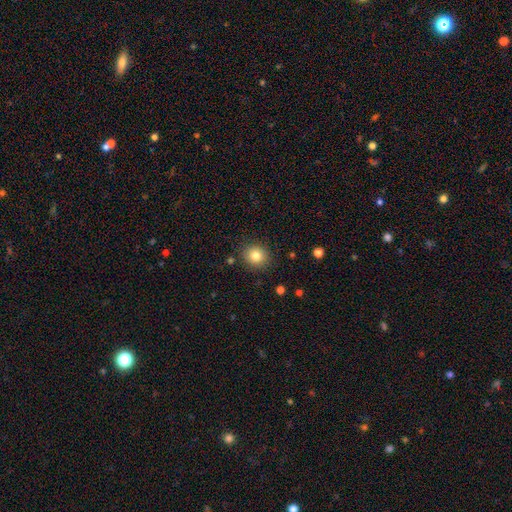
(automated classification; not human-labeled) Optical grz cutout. It shows a smooth galaxy with no disk features (81%) that is round (81%). Merging: none (88%).